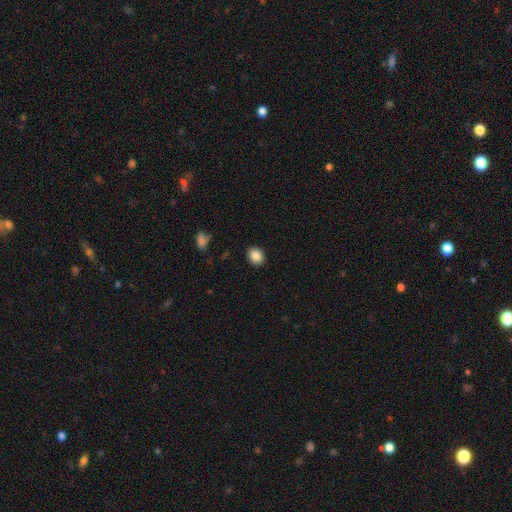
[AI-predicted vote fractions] This is clearly a smooth galaxy (87%). How rounded: possibly round (55%). Merging: clearly none (90%).